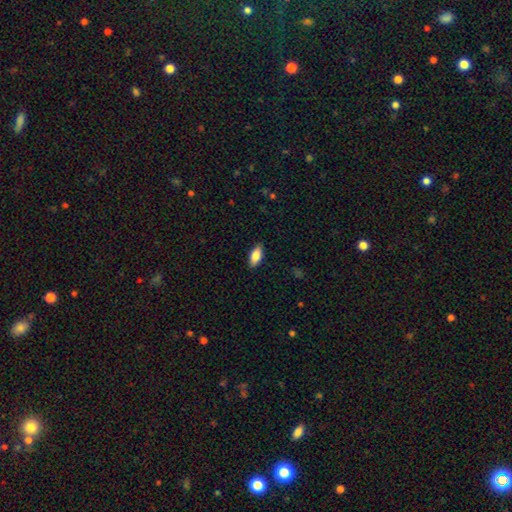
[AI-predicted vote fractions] Smooth or featured? smooth (83%)
How rounded? in between (84%)
Merging? none (88%)